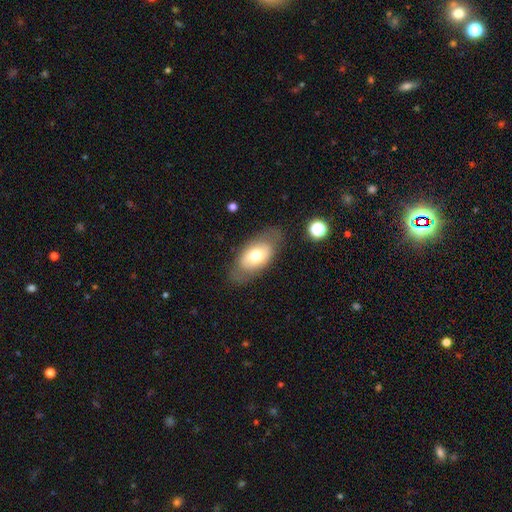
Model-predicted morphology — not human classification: Q: Smooth or featured?
A: smooth (64%); runner-up: featured or disk (30%)
Q: How rounded?
A: in between (91%); runner-up: round (5%)
Q: Merging?
A: none (76%); runner-up: minor disturbance (16%)